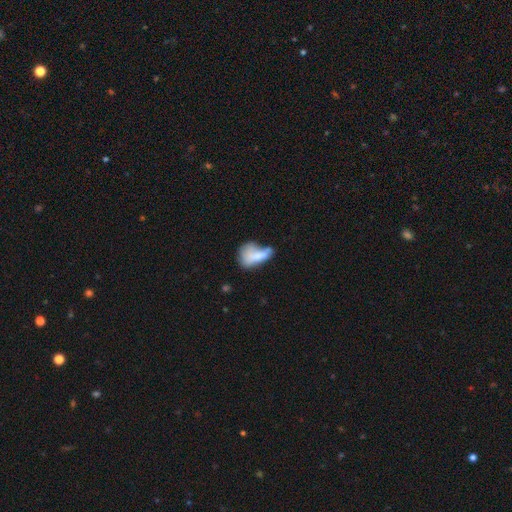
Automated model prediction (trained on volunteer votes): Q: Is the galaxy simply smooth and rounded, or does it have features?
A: smooth — 66%.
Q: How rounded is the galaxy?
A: in between — 82%.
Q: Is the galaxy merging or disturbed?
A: major disturbance — 30%.